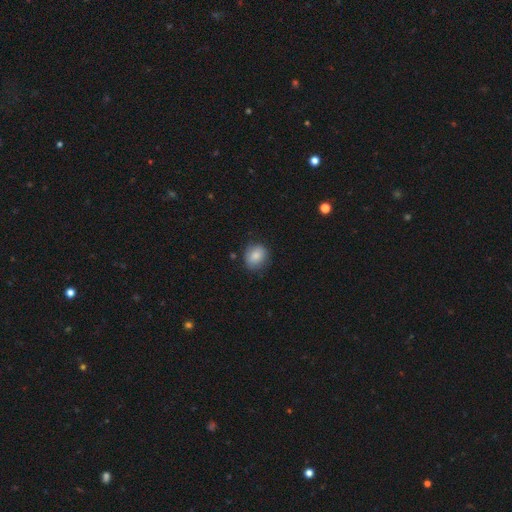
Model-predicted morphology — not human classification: The model was most divided on "how rounded": round: 65%, in between: 34%, cigar-shaped: 1%. More confident: smooth or featured — smooth (84%); merging — none (79%).